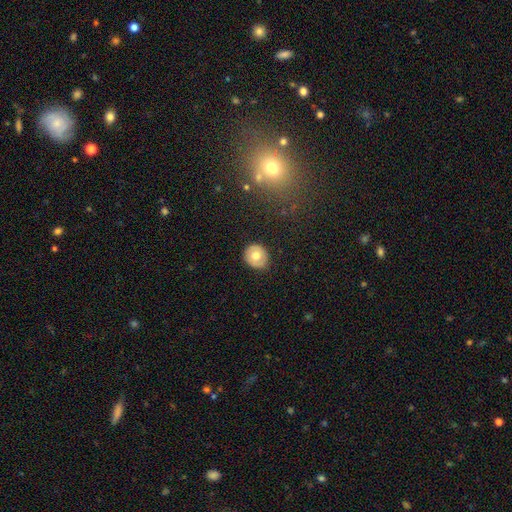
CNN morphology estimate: Smooth or featured: smooth — 65% (featured or disk — 27%)
How rounded: round — 78% (in between — 21%)
Merging: none — 87% (minor disturbance — 10%)